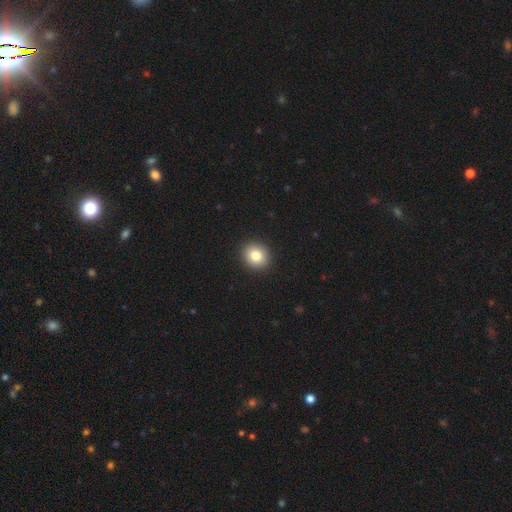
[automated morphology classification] smooth_or_featured: smooth (p=0.83) [alt: star or artifact p=0.10]
how_rounded: round (p=0.76) [alt: in between p=0.23]
merging: none (p=0.92) [alt: minor disturbance p=0.06]